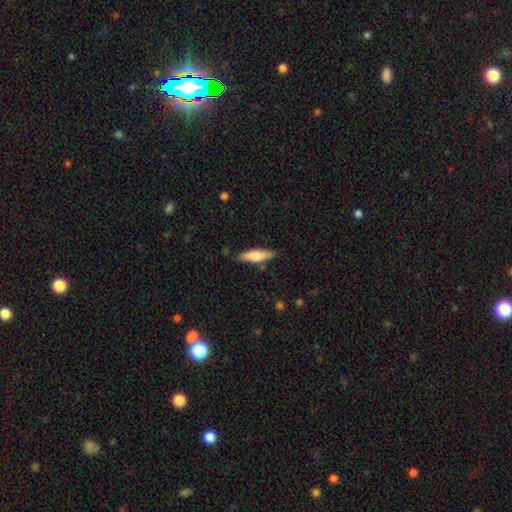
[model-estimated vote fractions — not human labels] Smooth or featured? Predicted: smooth (p=0.66). How rounded? Predicted: cigar-shaped (p=0.62). Merging? Predicted: none (p=0.84).